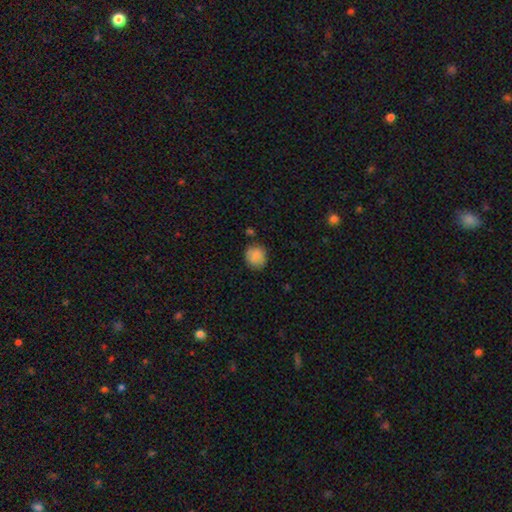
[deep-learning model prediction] Smooth or featured? smooth (86%)
How rounded? round (86%)
Merging? none (80%)